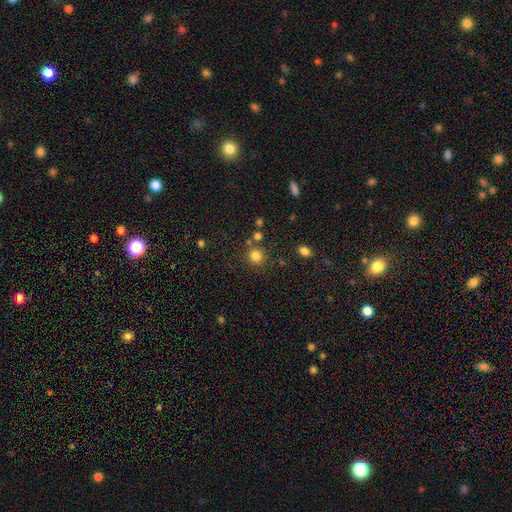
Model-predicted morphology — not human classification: smooth 81%, star or artifact 14%, featured or disk 5%. Down the decision tree: how rounded — round (90%); merging — none (78%).